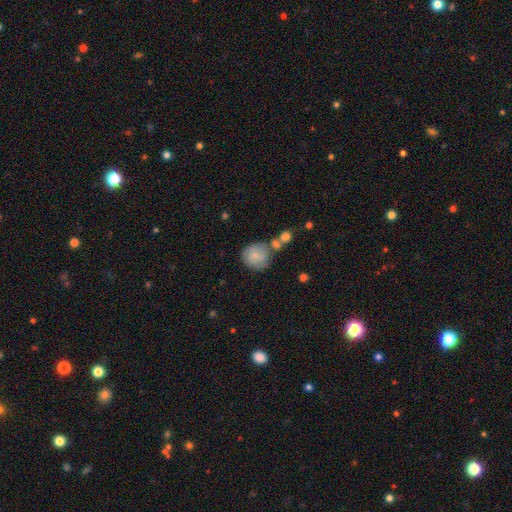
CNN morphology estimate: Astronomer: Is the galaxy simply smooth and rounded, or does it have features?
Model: smooth — 76%.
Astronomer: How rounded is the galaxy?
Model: round — 84%.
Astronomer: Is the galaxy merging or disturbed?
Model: none — 52%.